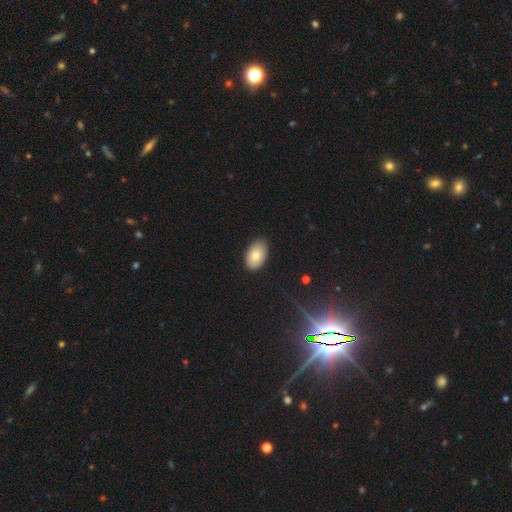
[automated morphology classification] Smooth or featured? smooth (81%)
How rounded? in between (92%)
Merging? none (86%)